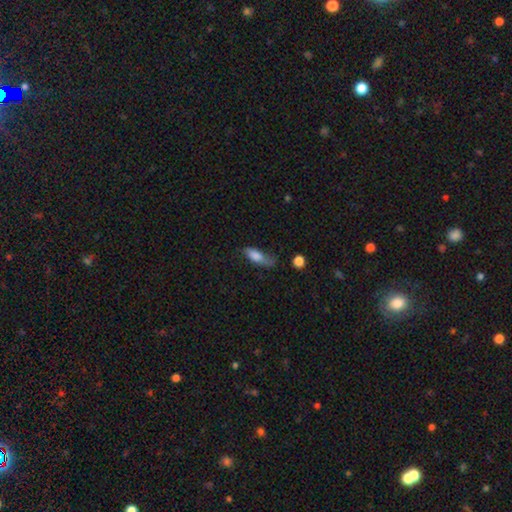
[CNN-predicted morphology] This appears to be a smooth galaxy with no disk features (75%) that is in between round and cigar-shaped (68%). Merging: none (39%).